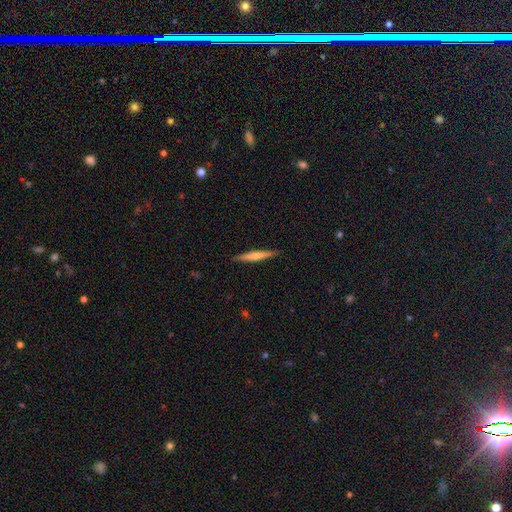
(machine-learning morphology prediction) Smooth or featured?
  - smooth: 49% *
  - featured or disk: 45%
  - star or artifact: 6%
Merging?
  - none: 90% *
  - minor disturbance: 7%
  - major disturbance: 1%
  - merger: 1%